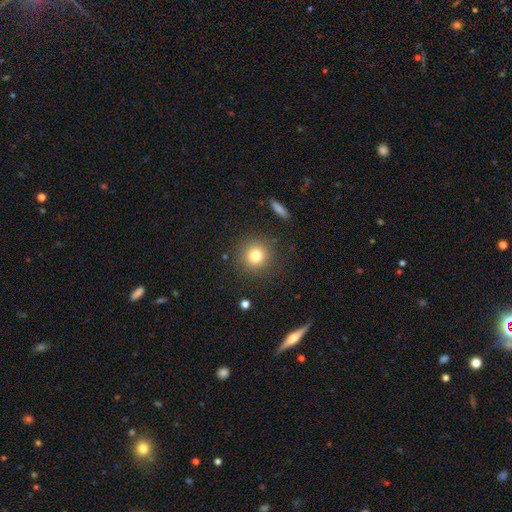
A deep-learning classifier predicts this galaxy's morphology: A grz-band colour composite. It shows a smooth galaxy with no disk features (79%) that is round (93%). Merging: none (88%).